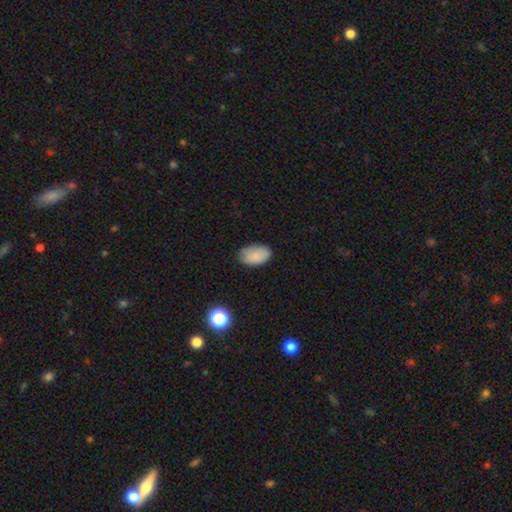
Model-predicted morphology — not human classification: Q: Smooth or featured?
A: smooth (86%); runner-up: star or artifact (8%)
Q: How rounded?
A: in between (93%); runner-up: round (6%)
Q: Merging?
A: none (79%); runner-up: minor disturbance (17%)